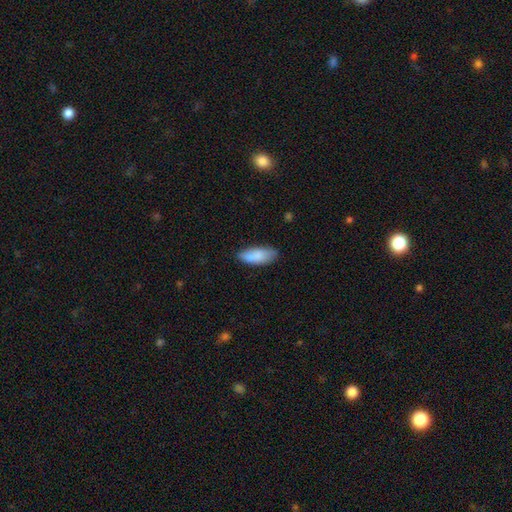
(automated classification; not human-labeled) This is clearly a smooth galaxy (85%). How rounded: likely in between (79%). Merging: likely none (76%).